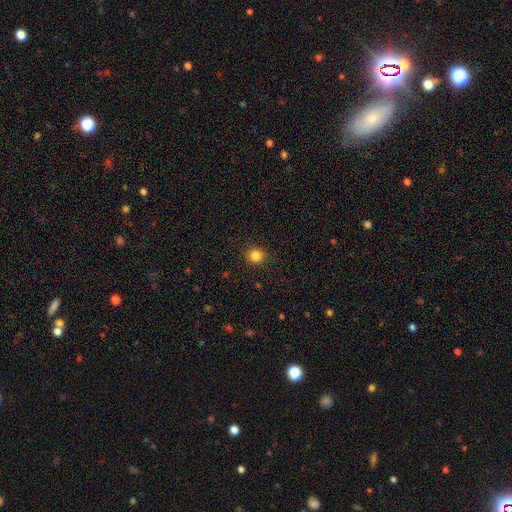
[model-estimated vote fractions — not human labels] A smooth galaxy with no disk features (84%) that is round (88%).

Vote fractions:
- Smooth or featured? smooth: 84% / star or artifact: 12% / featured or disk: 5%
- How rounded? round: 88% / in between: 11% / cigar-shaped: 1%
- Merging? none: 91% / minor disturbance: 6% / major disturbance: 2% / merger: 1%